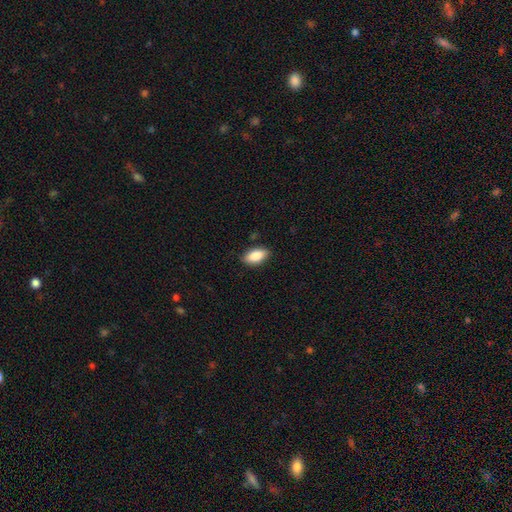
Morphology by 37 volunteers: smooth_or_featured: smooth (p=0.84) [alt: featured or disk p=0.11]
how_rounded: in between (p=0.87) [alt: cigar-shaped p=0.13]
merging: none (p=0.86) [alt: minor disturbance p=0.14]